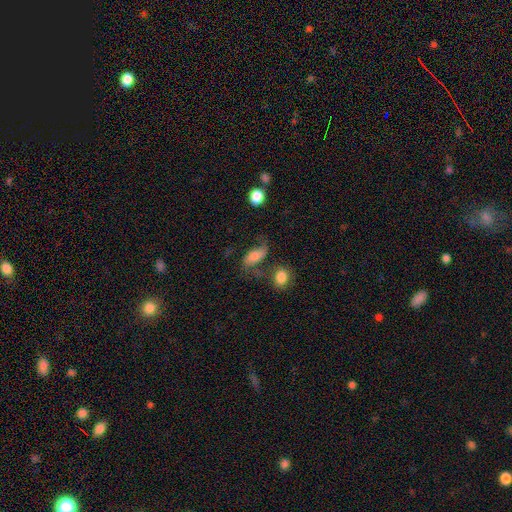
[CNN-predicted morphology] Q: Smooth or featured?
A: smooth (55%); runner-up: featured or disk (35%)
Q: How rounded?
A: in between (84%); runner-up: cigar-shaped (8%)
Q: Merging?
A: none (45%); runner-up: minor disturbance (22%)